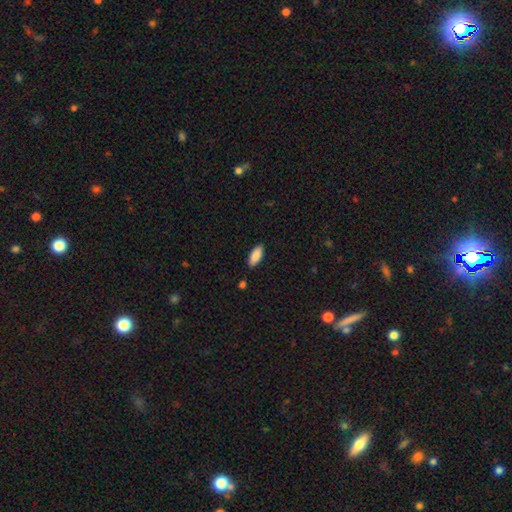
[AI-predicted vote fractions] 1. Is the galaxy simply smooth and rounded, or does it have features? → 88% smooth, 6% star or artifact, 6% featured or disk.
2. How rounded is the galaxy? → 84% in between, 15% cigar-shaped, 2% round.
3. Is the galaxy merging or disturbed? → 87% none, 10% minor disturbance, 2% major disturbance, 1% merger.